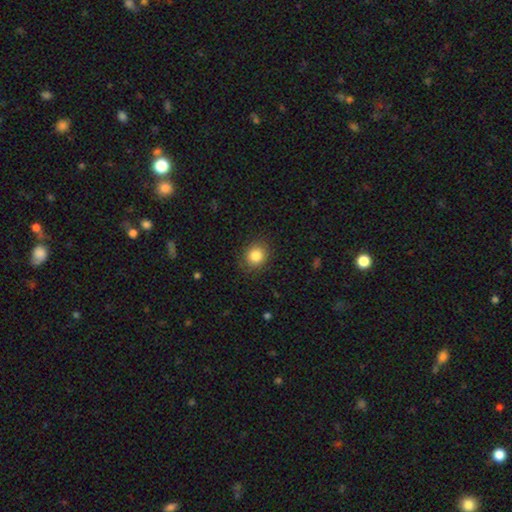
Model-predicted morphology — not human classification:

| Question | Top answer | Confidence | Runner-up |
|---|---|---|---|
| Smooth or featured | smooth | 84% | star or artifact (10%) |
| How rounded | round | 77% | in between (23%) |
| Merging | none | 87% | minor disturbance (10%) |